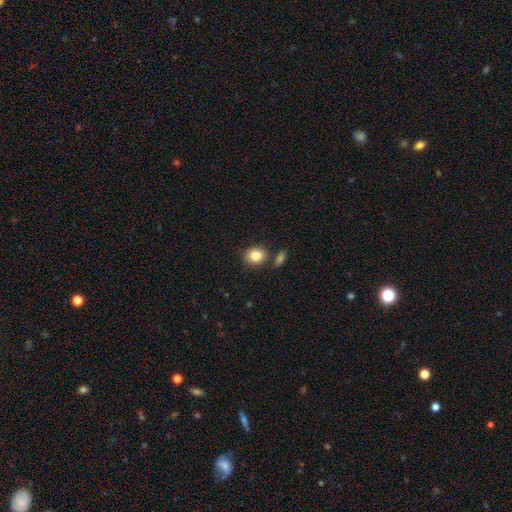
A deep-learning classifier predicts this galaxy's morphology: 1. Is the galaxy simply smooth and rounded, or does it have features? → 82% smooth, 9% featured or disk, 9% star or artifact.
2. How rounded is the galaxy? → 65% round, 34% in between, 1% cigar-shaped.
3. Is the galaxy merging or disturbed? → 75% none, 11% merger, 11% minor disturbance, 3% major disturbance.